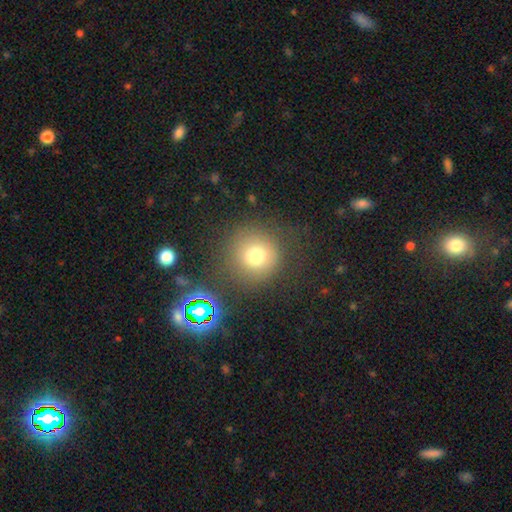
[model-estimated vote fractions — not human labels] smooth-or-featured: smooth: 73% | star or artifact: 17% | featured or disk: 10%
  how-rounded: round: 93% | in between: 6% | cigar-shaped: 1%
  merging: none: 79% | minor disturbance: 11% | major disturbance: 6% | merger: 5%